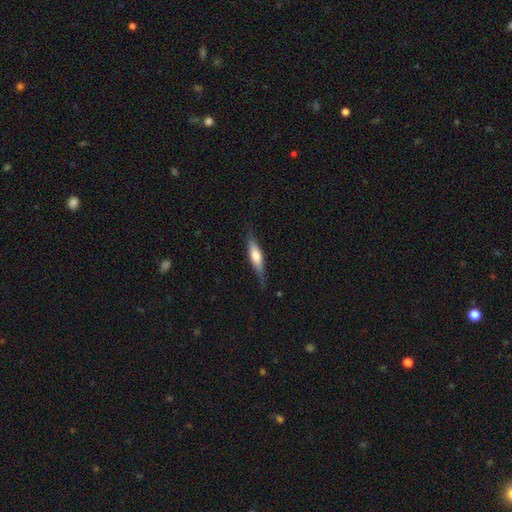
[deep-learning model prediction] This appears to be a smooth galaxy with no disk features (55%) that is cigar-shaped (71%). Merging: none (74%).